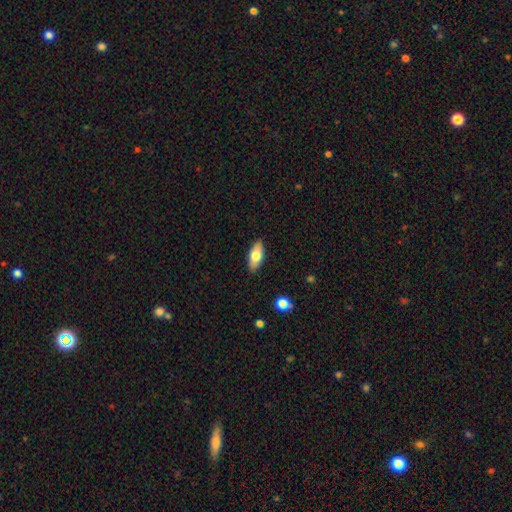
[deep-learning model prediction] This appears to be a smooth galaxy with no disk features (72%) that is in between round and cigar-shaped (83%). Merging: none (88%).